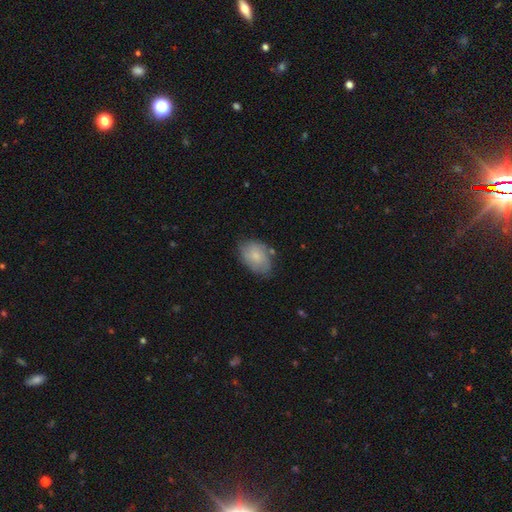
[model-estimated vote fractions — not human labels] The model was most divided on "merging": none: 67%, minor disturbance: 24%, major disturbance: 5%, merger: 3%. More confident: how rounded — in between (85%); smooth or featured — smooth (70%).